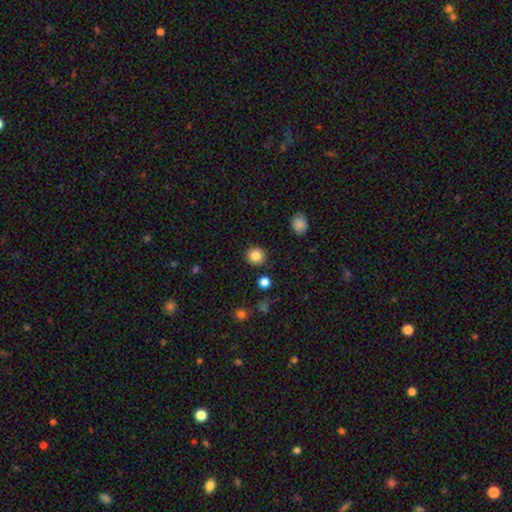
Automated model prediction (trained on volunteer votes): smooth_or_featured: smooth (p=0.85) [alt: star or artifact p=0.10]
how_rounded: round (p=0.90) [alt: in between p=0.09]
merging: none (p=0.90) [alt: minor disturbance p=0.06]